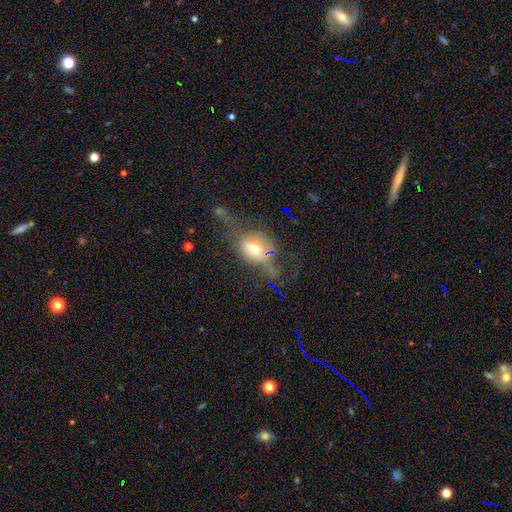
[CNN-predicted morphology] A featured or disk galaxy (46%). Merging: none (38%).